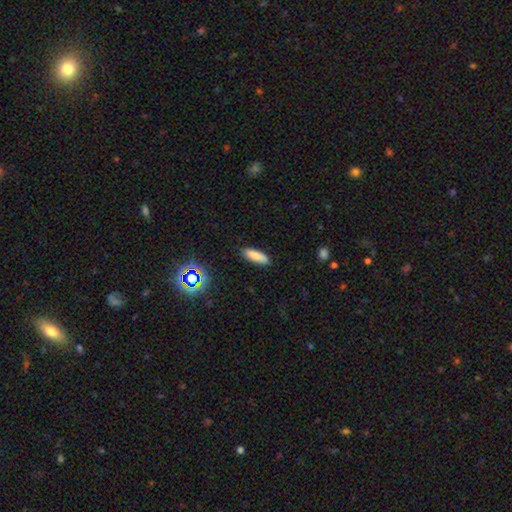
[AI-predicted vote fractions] A smooth galaxy with no disk features (77%) that is in between round and cigar-shaped (59%). Merging: none (86%).